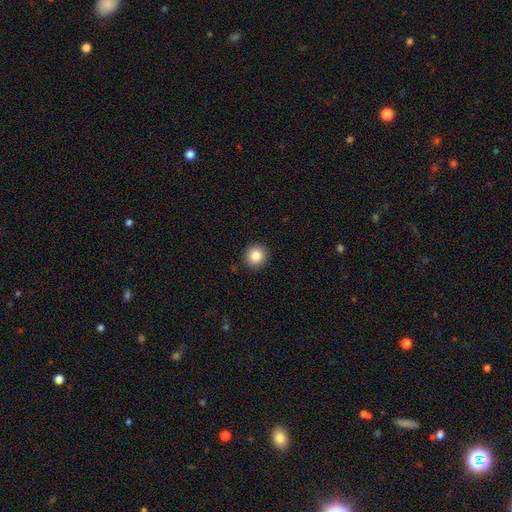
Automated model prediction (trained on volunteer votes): The model was most divided on "smooth or featured": smooth: 85%, star or artifact: 9%, featured or disk: 5%. More confident: how rounded — round (93%); merging — none (92%).